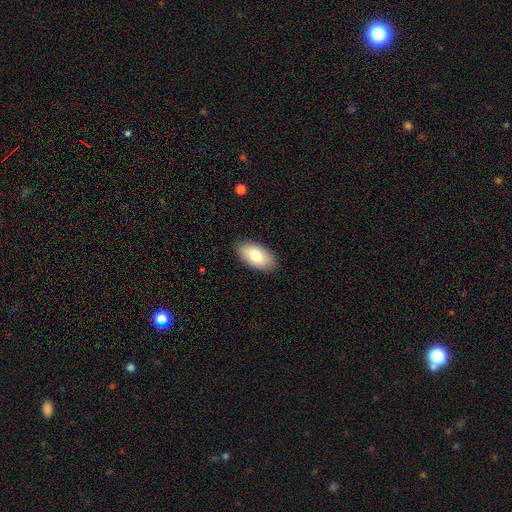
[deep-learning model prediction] Smooth or featured: smooth — 78% (featured or disk — 16%)
How rounded: in between — 94% (round — 3%)
Merging: none — 89% (minor disturbance — 8%)